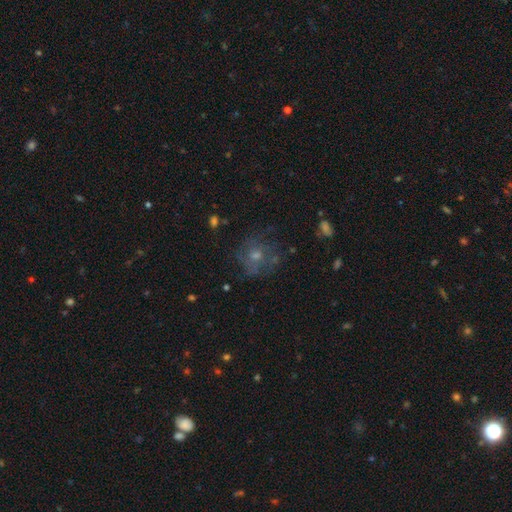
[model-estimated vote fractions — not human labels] Smooth or featured?
  - featured or disk: 40% *
  - smooth: 37%
  - star or artifact: 23%
Merging?
  - none: 68% *
  - minor disturbance: 17%
  - major disturbance: 12%
  - merger: 2%